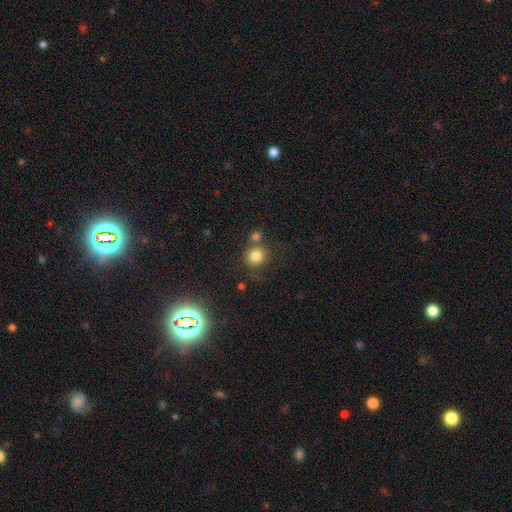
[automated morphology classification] Overall: smooth (81%). How rounded: round (87%). Merging: none (62%).